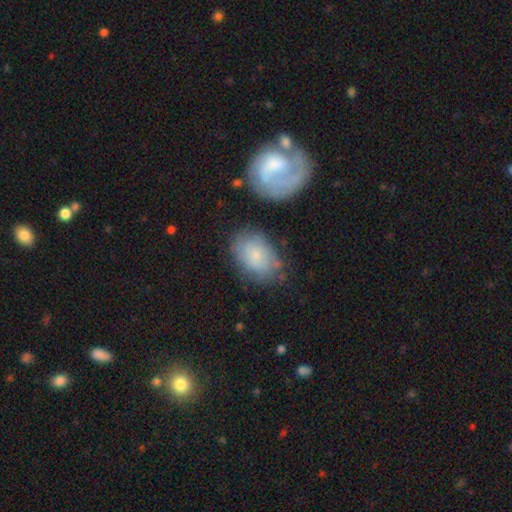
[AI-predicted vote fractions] The model was most divided on "smooth or featured": smooth: 49%, featured or disk: 35%, star or artifact: 16%. More confident: merging — none (66%).